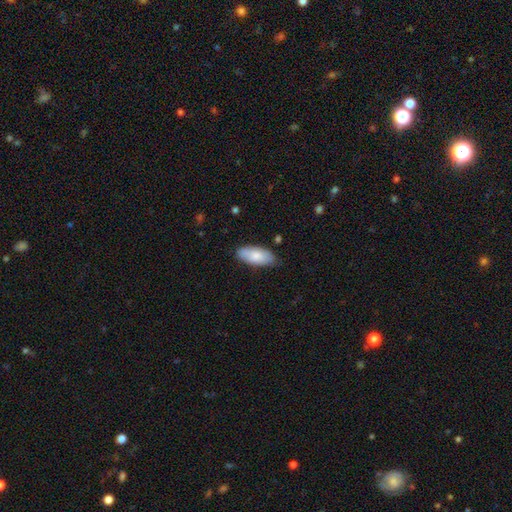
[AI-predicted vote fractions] smooth 81%, featured or disk 14%, star or artifact 6%. Down the decision tree: how rounded — in between (87%); merging — none (78%).